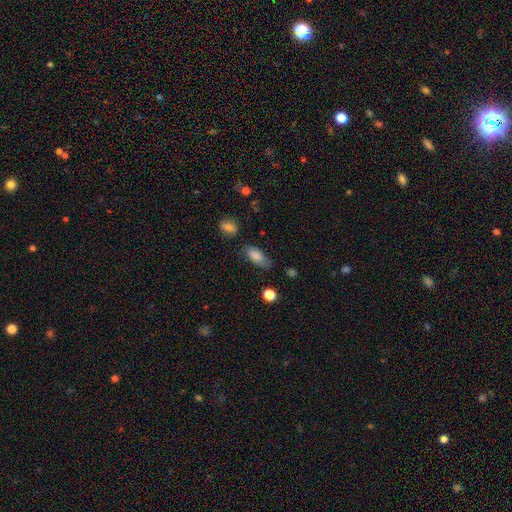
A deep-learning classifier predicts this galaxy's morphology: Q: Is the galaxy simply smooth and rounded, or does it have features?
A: smooth — 81%.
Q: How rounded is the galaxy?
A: in between — 85%.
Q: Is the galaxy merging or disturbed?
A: none — 63%.